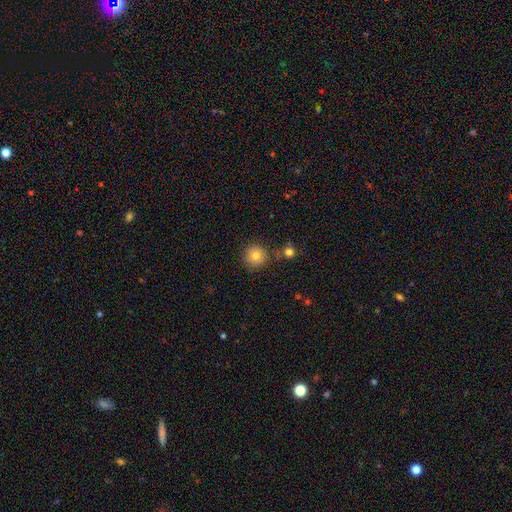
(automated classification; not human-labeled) A smooth galaxy with no disk features (80%) that is round (93%). Merging: none (79%).